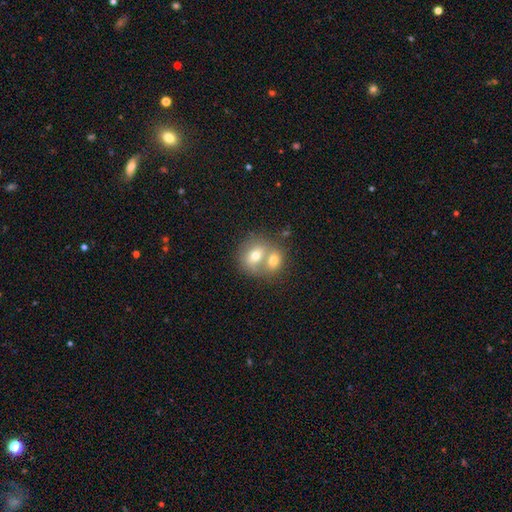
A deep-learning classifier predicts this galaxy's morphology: Overall: smooth (66%). How rounded: round (60%; in between 39%). Merging: merger (66%; none 26%).